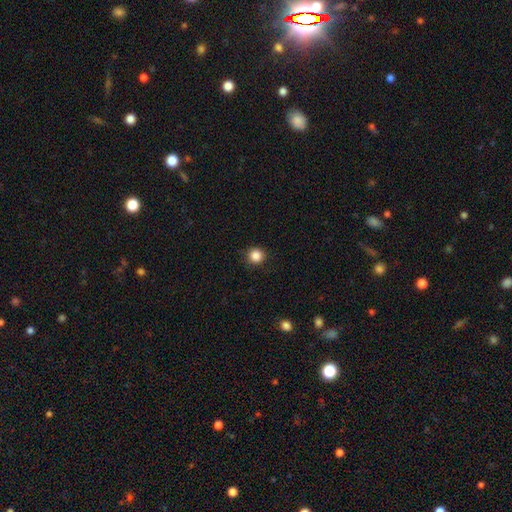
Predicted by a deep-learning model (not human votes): Overall: smooth (86%). How rounded: round (94%). Merging: none (90%).